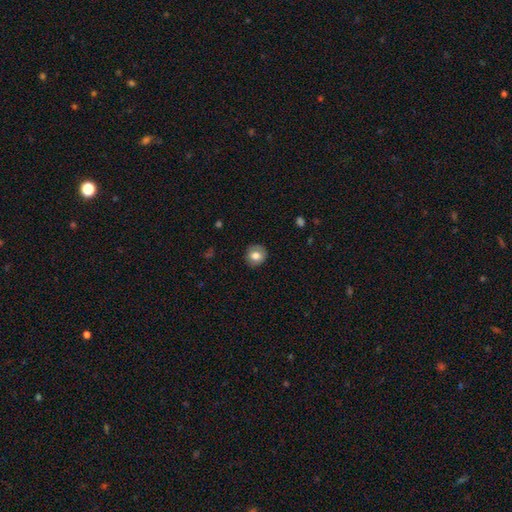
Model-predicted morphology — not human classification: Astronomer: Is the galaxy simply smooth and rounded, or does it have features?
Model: smooth — 77%.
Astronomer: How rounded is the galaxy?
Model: round — 89%.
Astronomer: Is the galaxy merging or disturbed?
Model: none — 87%.